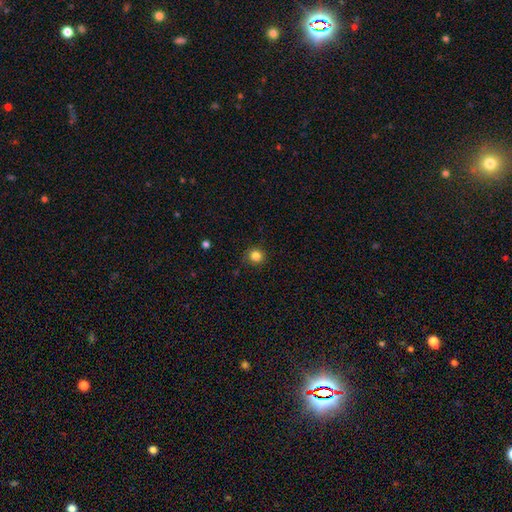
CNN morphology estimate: smooth 84%, star or artifact 12%, featured or disk 4%. Down the decision tree: how rounded — round (91%); merging — none (88%).